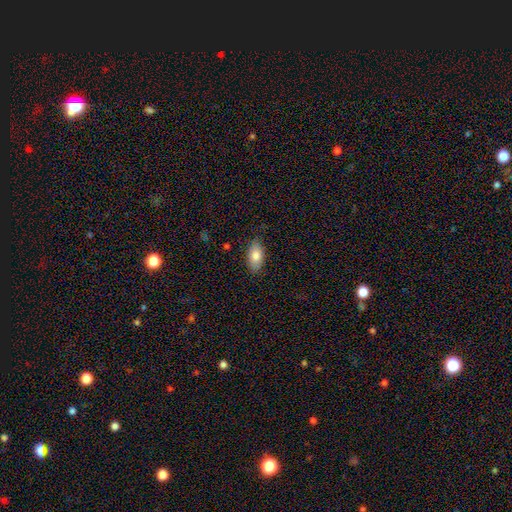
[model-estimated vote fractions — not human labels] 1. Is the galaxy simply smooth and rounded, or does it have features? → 81% smooth, 12% featured or disk, 7% star or artifact.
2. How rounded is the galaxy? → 91% in between, 5% cigar-shaped, 3% round.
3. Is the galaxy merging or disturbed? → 84% none, 12% minor disturbance, 2% major disturbance, 1% merger.